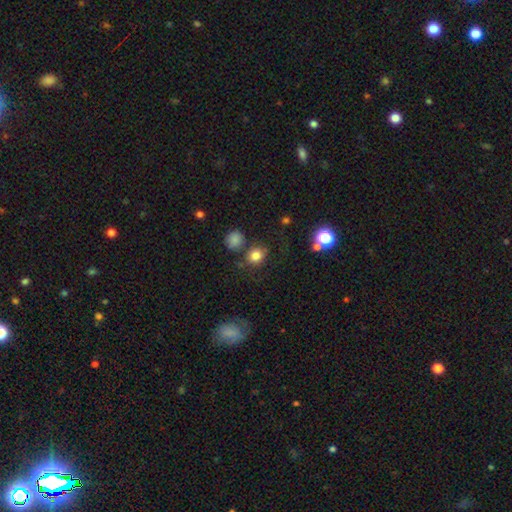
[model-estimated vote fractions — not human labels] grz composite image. It shows a smooth galaxy with no disk features (81%) that is round (73%). Merging: none (73%).